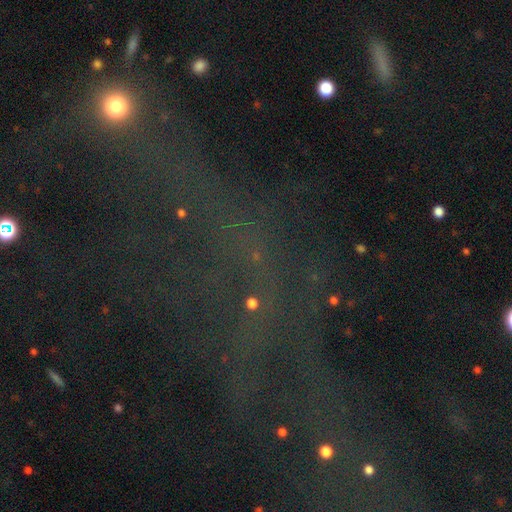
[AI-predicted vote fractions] Smooth or featured? star or artifact (71%)